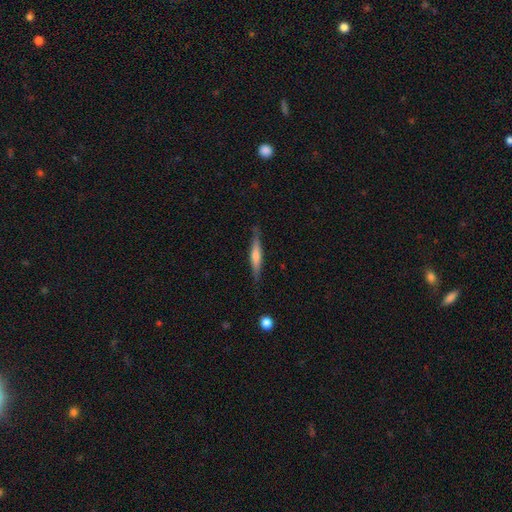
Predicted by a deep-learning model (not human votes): A featured or disk galaxy (55%) viewed edge-on (96%) with a rounded central bulge (63%).

Vote fractions:
- Smooth or featured? featured or disk: 55% / smooth: 39% / star or artifact: 6%
- Edge-on disk? yes: 96% / no: 4%
- Edge-on bulge? rounded: 63% / none: 19% / boxy: 18%
- Merging? none: 84% / minor disturbance: 12% / major disturbance: 2% / merger: 1%